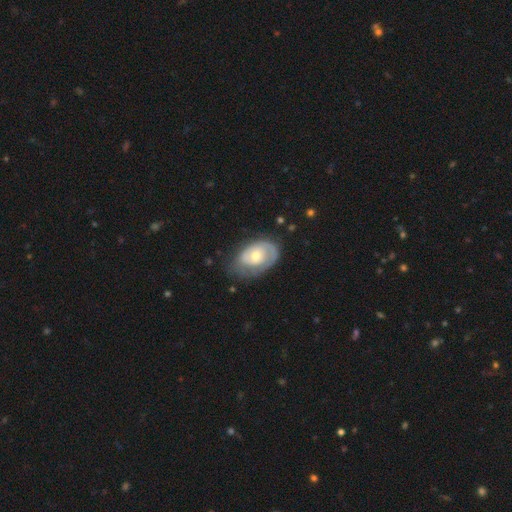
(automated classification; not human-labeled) smooth-or-featured: featured or disk: 68% | smooth: 27% | star or artifact: 5%
  disk-edge-on: no: 96% | yes: 4%
    bar: no: 77% | weak: 20% | strong: 3%
    has-spiral-arms: yes: 75% | no: 25%
    bulge-size: moderate: 58% | small: 35% | large: 4% | none: 1% | dominant: 1%
  merging: none: 56% | minor disturbance: 27% | major disturbance: 15% | merger: 2%